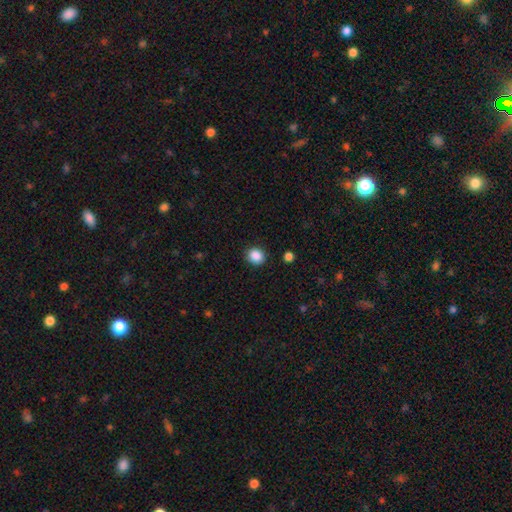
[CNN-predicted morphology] A smooth galaxy with no disk features (88%) that is round (79%). Merging: none (88%).